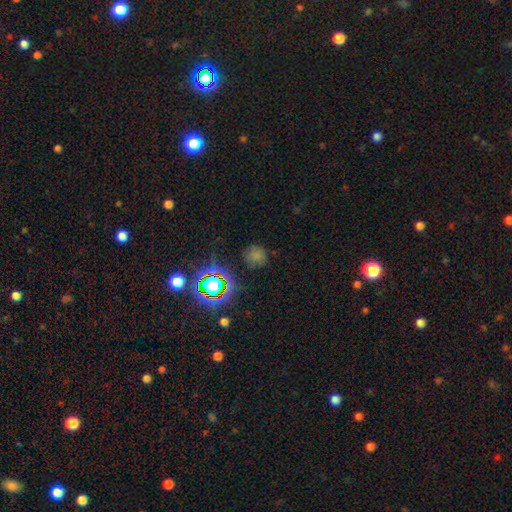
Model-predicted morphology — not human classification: Q: Smooth or featured?
A: smooth (60%); runner-up: star or artifact (31%)
Q: How rounded?
A: round (89%); runner-up: in between (10%)
Q: Merging?
A: none (79%); runner-up: minor disturbance (13%)